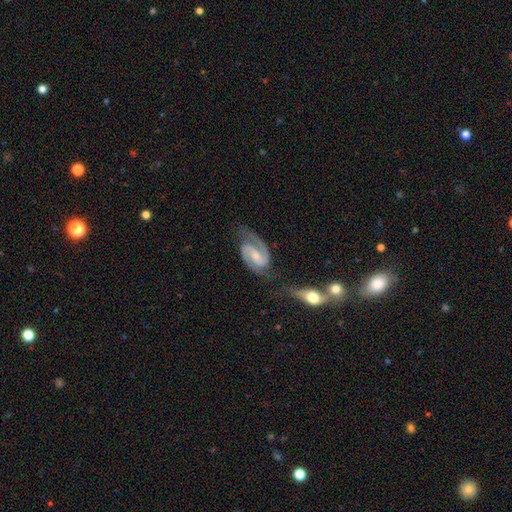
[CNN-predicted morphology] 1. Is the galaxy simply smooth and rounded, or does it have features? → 92% featured or disk, 4% smooth, 4% star or artifact.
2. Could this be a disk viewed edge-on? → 98% no, 2% yes.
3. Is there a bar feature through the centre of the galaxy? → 46% weak, 29% strong, 25% no.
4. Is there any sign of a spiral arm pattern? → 98% yes, 2% no.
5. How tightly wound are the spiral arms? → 56% medium, 32% tight, 12% loose.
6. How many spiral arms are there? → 94% 2, 2% can't tell, 2% 1, 1% 3, 1% 4, 1% more than 4.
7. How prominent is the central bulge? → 48% small, 34% moderate, 14% none, 3% large, 1% dominant.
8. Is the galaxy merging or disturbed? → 68% none, 17% minor disturbance, 8% merger, 8% major disturbance.